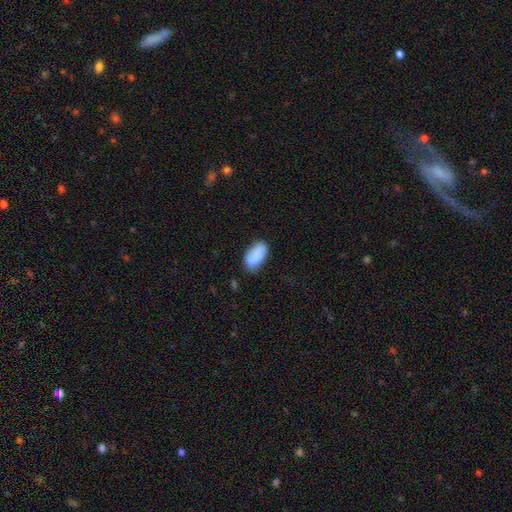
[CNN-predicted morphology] A smooth galaxy with no disk features (85%) that is in between round and cigar-shaped (94%). Merging: none (74%).